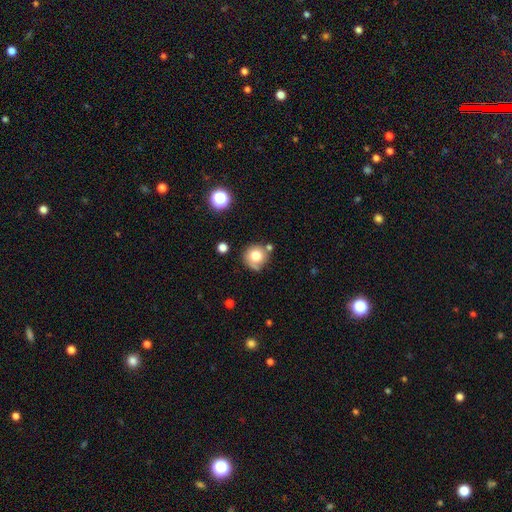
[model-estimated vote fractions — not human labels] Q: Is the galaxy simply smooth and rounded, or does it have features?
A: smooth — 76%.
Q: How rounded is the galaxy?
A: round — 91%.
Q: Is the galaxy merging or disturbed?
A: none — 67%.